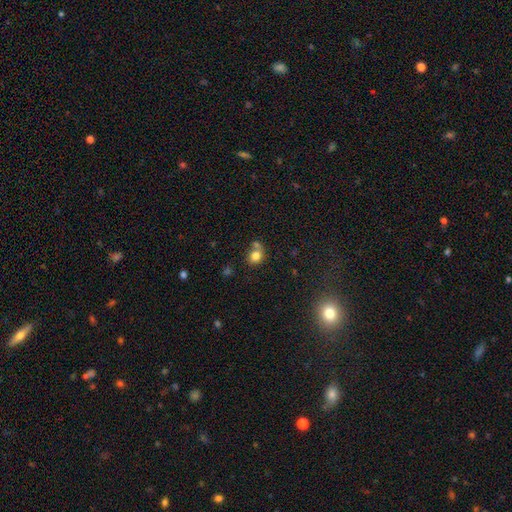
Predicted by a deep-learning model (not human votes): The model was most divided on "merging": none: 49%, merger: 33%, minor disturbance: 13%, major disturbance: 5%. More confident: smooth or featured — smooth (80%); how rounded — round (69%).